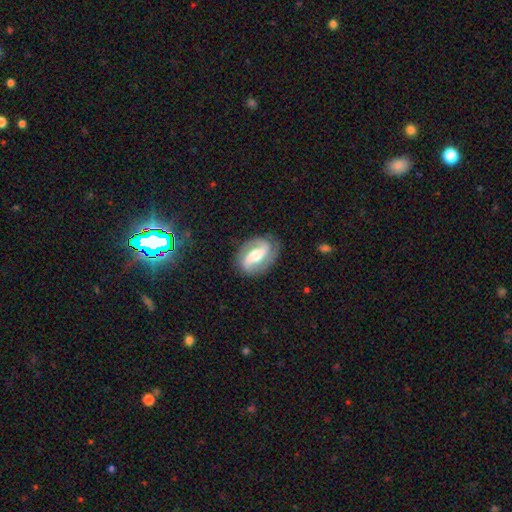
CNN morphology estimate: Smooth or featured: featured or disk — 83% (smooth — 12%)
Edge-on disk: no — 96% (yes — 4%)
Bar: strong — 43% (weak — 34%)
Spiral arms: yes — 93% (no — 7%)
Spiral winding: medium — 43% (loose — 35%)
Spiral arm count: 2 — 91% (can't tell — 3%)
Bulge size: moderate — 66% (small — 18%)
Merging: none — 82% (minor disturbance — 12%)